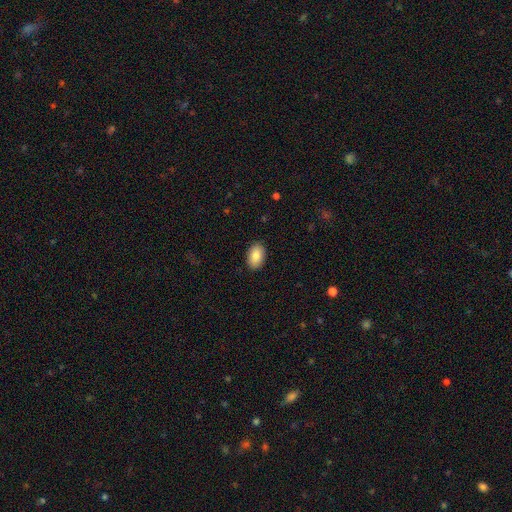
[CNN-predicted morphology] Smooth or featured?
  - smooth: 86% *
  - featured or disk: 7%
  - star or artifact: 7%
How rounded?
  - in between: 92% *
  - round: 7%
  - cigar-shaped: 1%
Merging?
  - none: 89% *
  - minor disturbance: 8%
  - major disturbance: 2%
  - merger: 1%